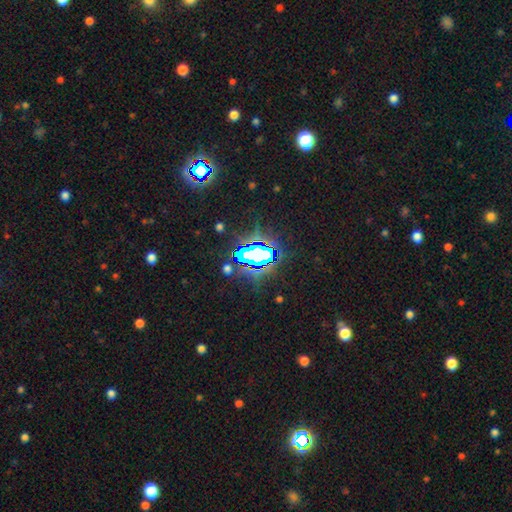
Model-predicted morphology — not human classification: This is likely a star or artifact rather than a galaxy (74%).